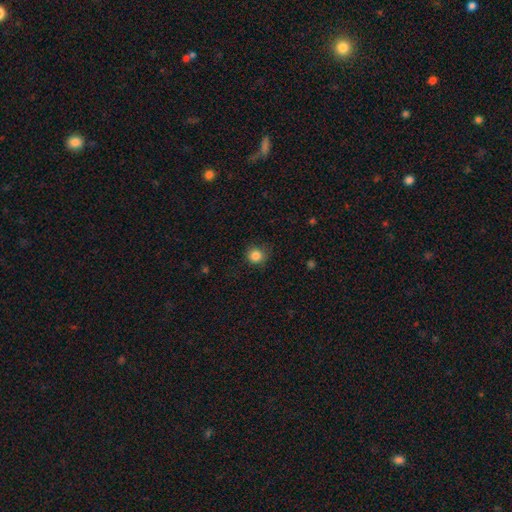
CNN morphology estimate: smooth 84%, star or artifact 11%, featured or disk 4%. Down the decision tree: how rounded — round (92%); merging — none (83%).